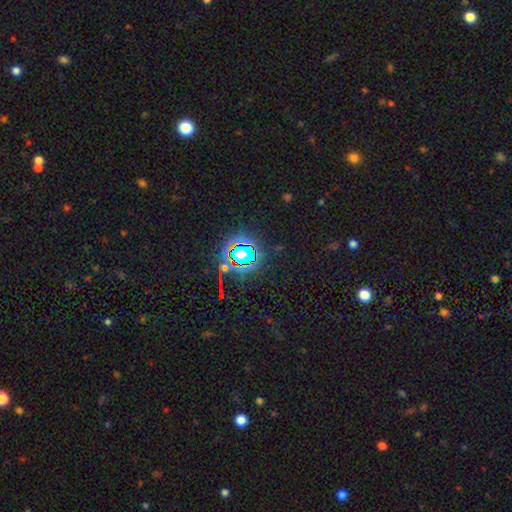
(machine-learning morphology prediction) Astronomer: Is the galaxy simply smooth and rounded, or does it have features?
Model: star or artifact — 81%.